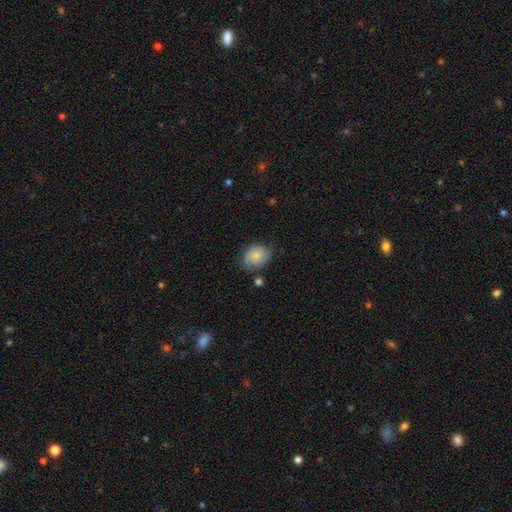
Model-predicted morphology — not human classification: This appears to be a smooth galaxy with no disk features (81%) that is in between round and cigar-shaped (52%). Merging: none (62%).